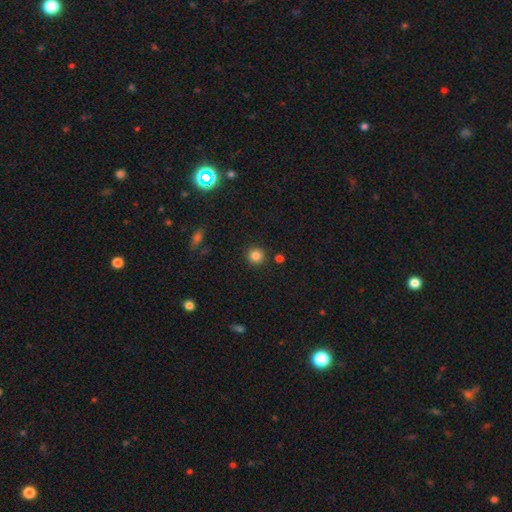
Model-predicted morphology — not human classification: smooth 84%, star or artifact 12%, featured or disk 4%. Down the decision tree: how rounded — round (94%); merging — none (90%).